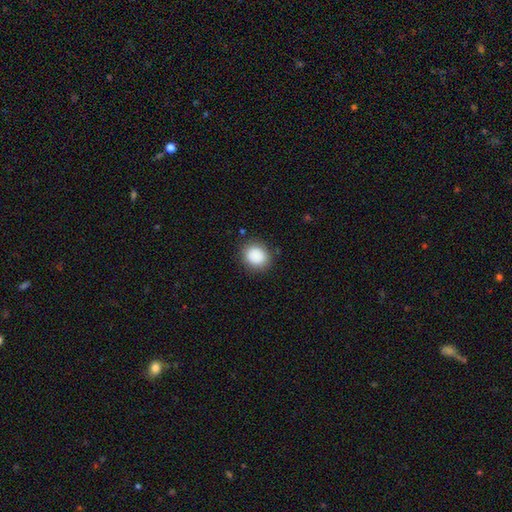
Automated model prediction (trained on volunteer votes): The model was most divided on "how rounded": round: 75%, in between: 24%, cigar-shaped: 1%. More confident: smooth or featured — smooth (88%); merging — none (86%).